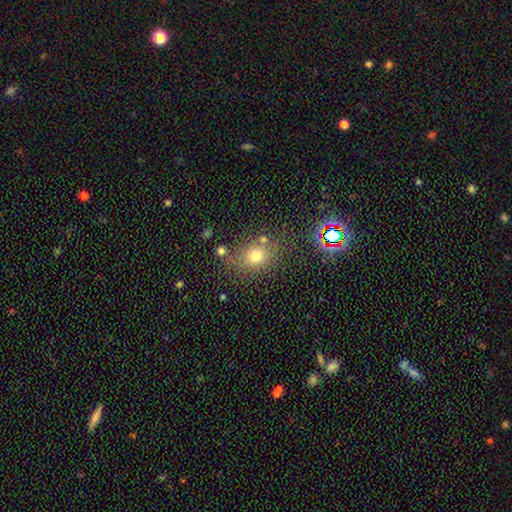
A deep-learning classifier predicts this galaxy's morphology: A smooth galaxy with no disk features (71%) that is round (58%).

Vote fractions:
- Smooth or featured? smooth: 71% / star or artifact: 18% / featured or disk: 11%
- How rounded? round: 58% / in between: 40% / cigar-shaped: 1%
- Merging? none: 72% / minor disturbance: 14% / merger: 8% / major disturbance: 6%